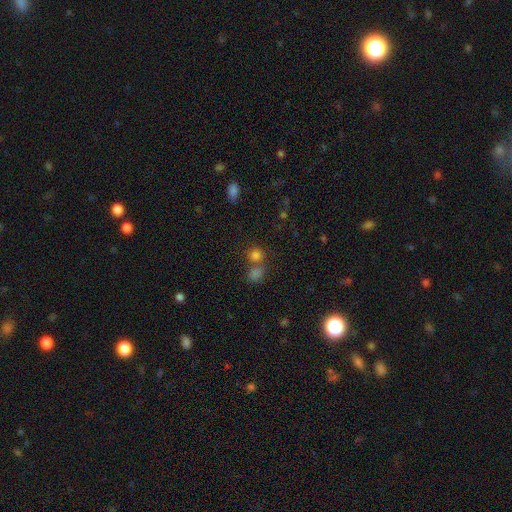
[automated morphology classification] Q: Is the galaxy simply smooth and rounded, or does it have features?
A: smooth — 76%.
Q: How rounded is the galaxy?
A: round — 80%.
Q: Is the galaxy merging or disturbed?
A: none — 54%.